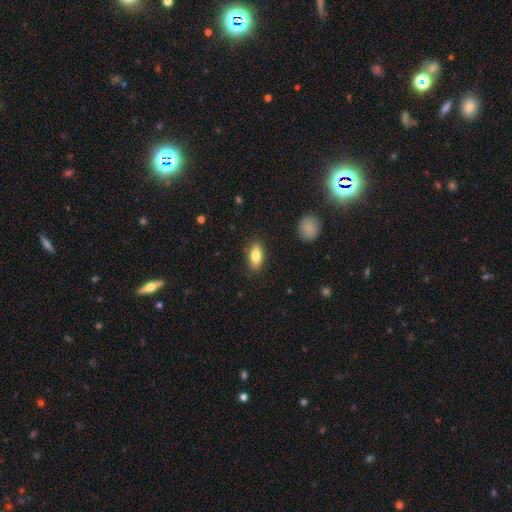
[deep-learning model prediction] This is clearly a smooth galaxy (83%). How rounded: clearly in between (85%). Merging: clearly none (87%).